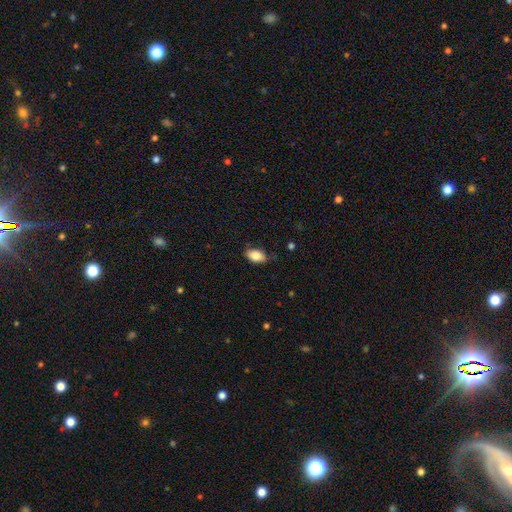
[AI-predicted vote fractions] Smooth or featured?
  - smooth: 82% *
  - featured or disk: 10%
  - star or artifact: 7%
How rounded?
  - in between: 91% *
  - round: 6%
  - cigar-shaped: 3%
Merging?
  - none: 75% *
  - minor disturbance: 20%
  - major disturbance: 3%
  - merger: 1%